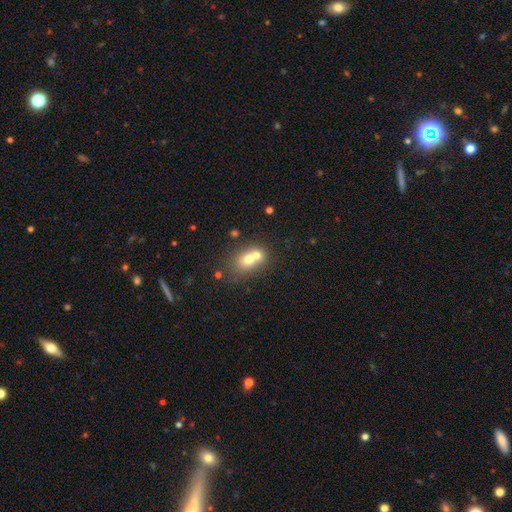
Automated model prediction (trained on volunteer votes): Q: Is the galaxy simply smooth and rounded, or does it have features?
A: smooth — 61%.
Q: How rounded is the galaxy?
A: round — 56%.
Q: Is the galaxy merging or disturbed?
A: merger — 58%.